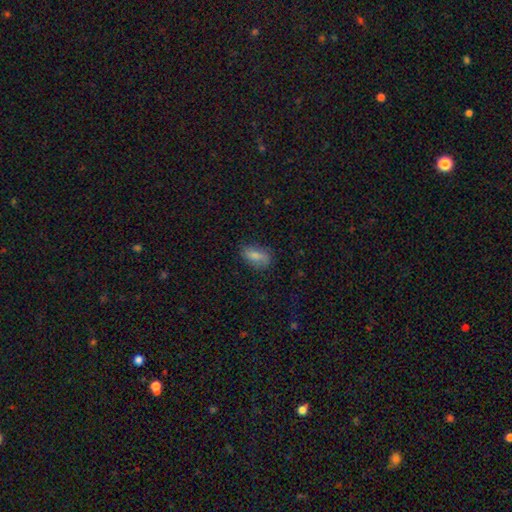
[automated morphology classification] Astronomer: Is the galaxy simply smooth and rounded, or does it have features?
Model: smooth — 79%.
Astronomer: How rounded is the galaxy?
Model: in between — 86%.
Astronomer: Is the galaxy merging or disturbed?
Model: none — 73%.